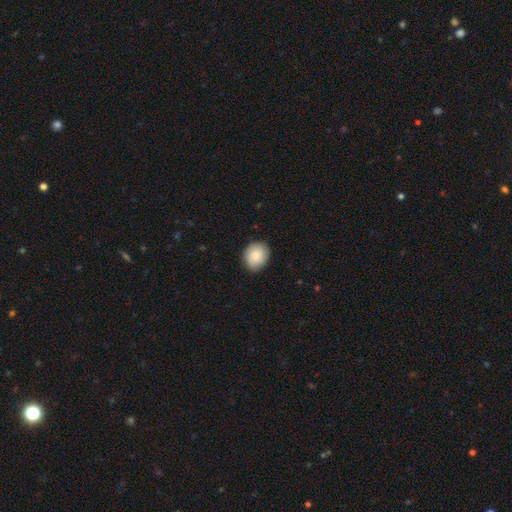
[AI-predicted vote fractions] Smooth or featured? Predicted: smooth (p=0.83). How rounded? Predicted: round (p=0.54). Merging? Predicted: none (p=0.85).